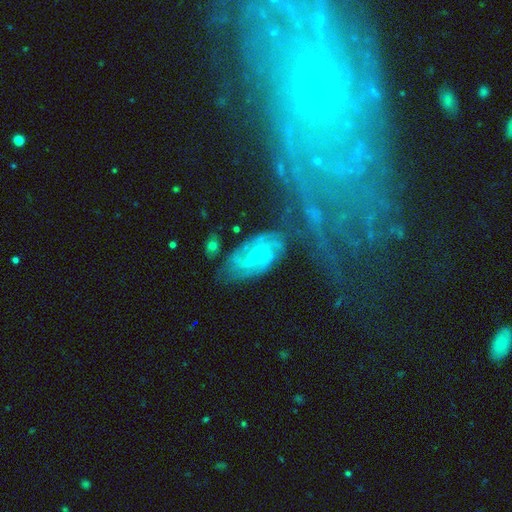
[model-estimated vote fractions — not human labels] smooth-or-featured: featured or disk: 84% | smooth: 9% | star or artifact: 7%
  disk-edge-on: no: 96% | yes: 4%
    bar: no: 52% | weak: 38% | strong: 10%
    has-spiral-arms: yes: 96% | no: 4%
      spiral-winding: tight: 53% | medium: 37% | loose: 10%
      spiral-arm-count: 3: 25% (tied) | can't tell: 25% (tied) | 2: 22% | 4: 16% | more than 4: 6% | 1: 6%
    bulge-size: small: 73% | moderate: 24% | none: 2% | large: 1% | dominant: 1%
  merging: none: 65% | minor disturbance: 20% | major disturbance: 9% | merger: 6%